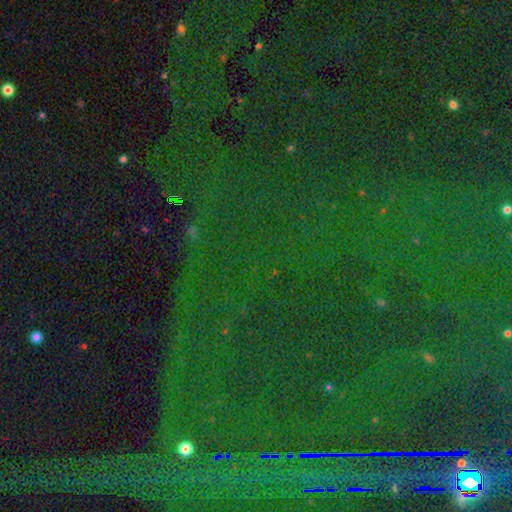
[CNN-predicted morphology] This is clearly a star or artifact rather than a galaxy (85%).